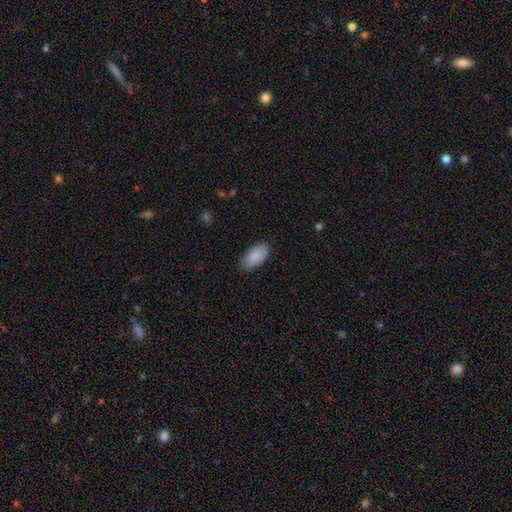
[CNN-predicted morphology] Q: Smooth or featured?
A: smooth (89%); runner-up: star or artifact (6%)
Q: How rounded?
A: in between (94%); runner-up: cigar-shaped (4%)
Q: Merging?
A: none (82%); runner-up: minor disturbance (15%)